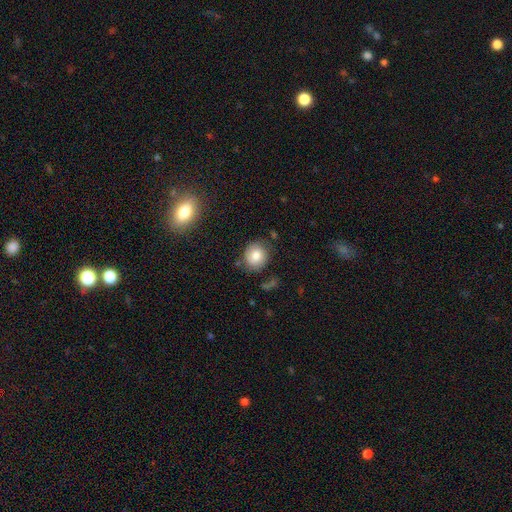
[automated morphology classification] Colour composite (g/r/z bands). It shows a smooth galaxy with no disk features (80%) that is round (79%). Merging: none (79%).